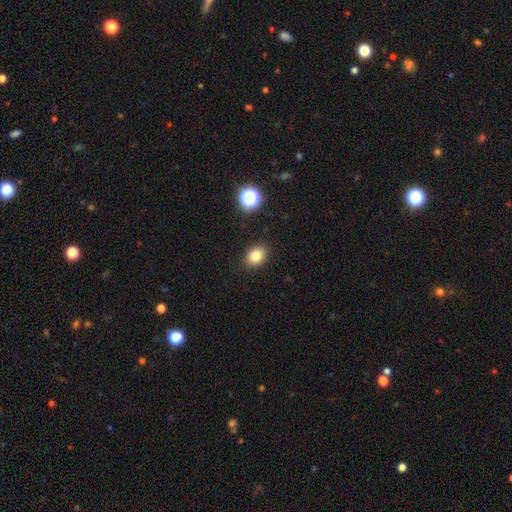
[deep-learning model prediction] Overall: smooth (82%). How rounded: in between (63%; round 36%). Merging: none (88%).